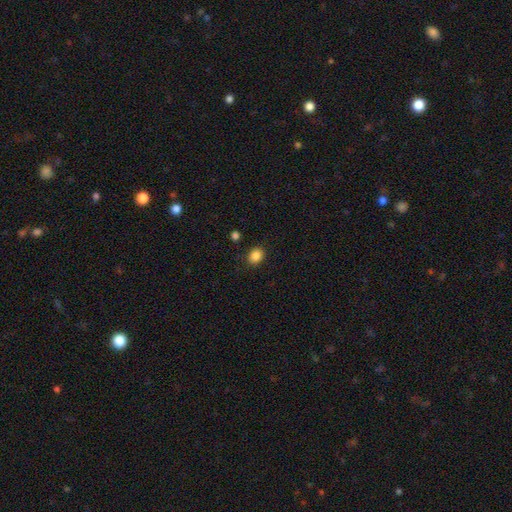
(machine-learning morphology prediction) Smooth or featured: smooth — 86% (star or artifact — 10%)
How rounded: round — 55% (in between — 44%)
Merging: none — 88% (minor disturbance — 8%)